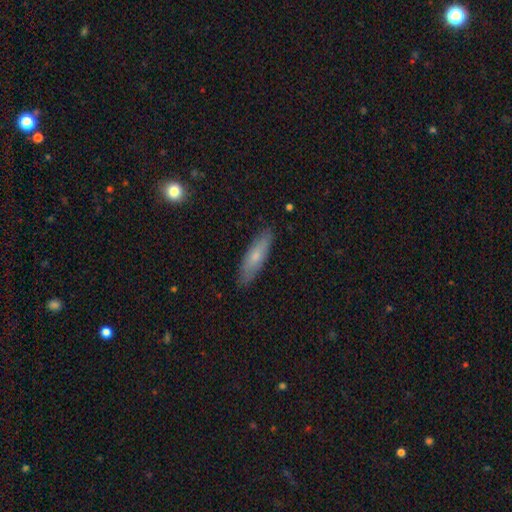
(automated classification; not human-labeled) Morphology: type=smooth (67%); roundness=cigar-shaped (65%); merging=none (86%).